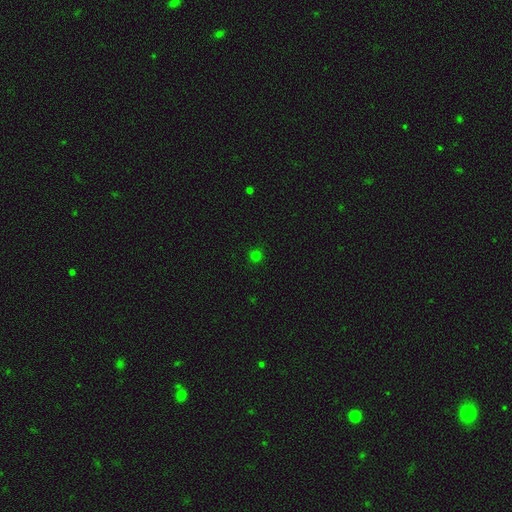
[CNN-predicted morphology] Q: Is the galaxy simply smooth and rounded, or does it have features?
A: smooth — 74%.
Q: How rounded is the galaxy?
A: round — 94%.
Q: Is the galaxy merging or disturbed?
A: none — 91%.